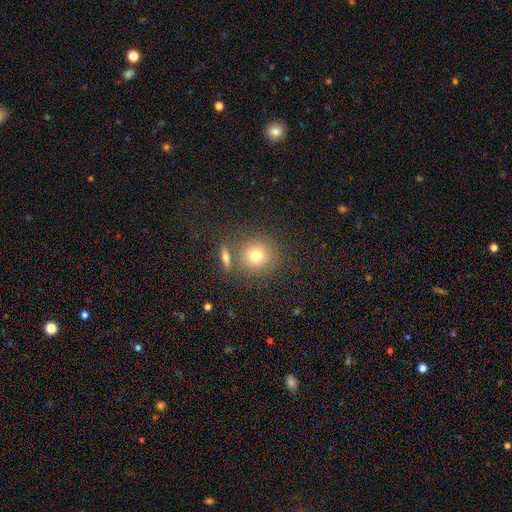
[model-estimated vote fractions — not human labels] A smooth galaxy with no disk features (76%) that is round (91%). Merging: none (75%).